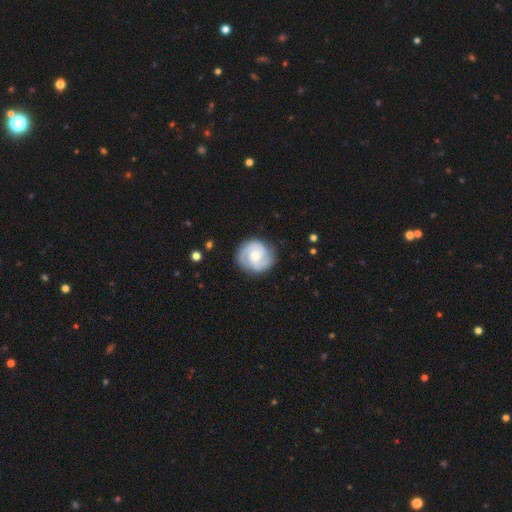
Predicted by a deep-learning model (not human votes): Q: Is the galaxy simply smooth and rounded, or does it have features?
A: featured or disk — 76%.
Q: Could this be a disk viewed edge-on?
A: no — 98%.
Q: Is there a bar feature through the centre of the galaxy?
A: no — 65%.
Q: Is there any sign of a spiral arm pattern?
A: yes — 94%.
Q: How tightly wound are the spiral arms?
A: tight — 53%.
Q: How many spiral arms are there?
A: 2 — 68%.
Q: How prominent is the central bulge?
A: moderate — 49%.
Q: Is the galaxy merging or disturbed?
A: none — 82%.